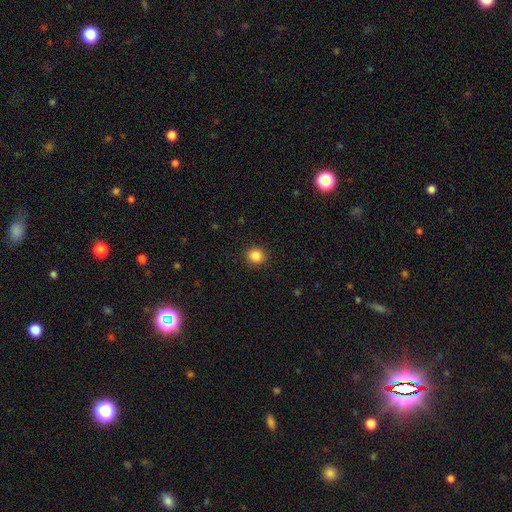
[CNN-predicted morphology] smooth 86%, star or artifact 11%, featured or disk 4%. Down the decision tree: how rounded — round (90%); merging — none (92%).